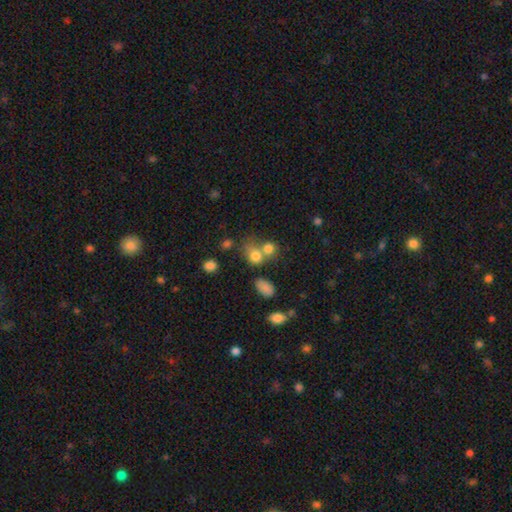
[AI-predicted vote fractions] Smooth or featured? smooth (76%)
How rounded? round (61%)
Merging? merger (46%)